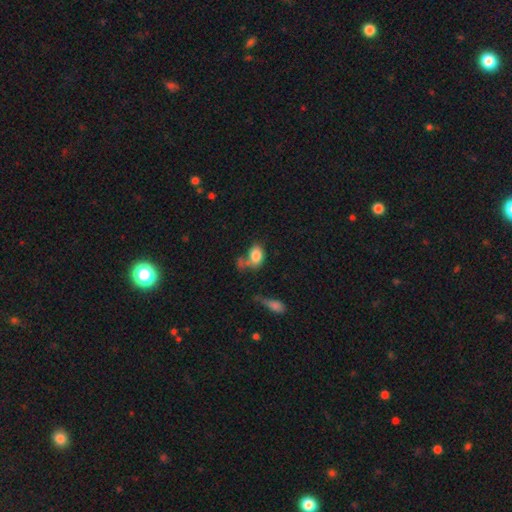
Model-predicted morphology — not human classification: This appears to be a smooth galaxy with no disk features (82%) that is in between round and cigar-shaped (82%). Merging: none (46%).